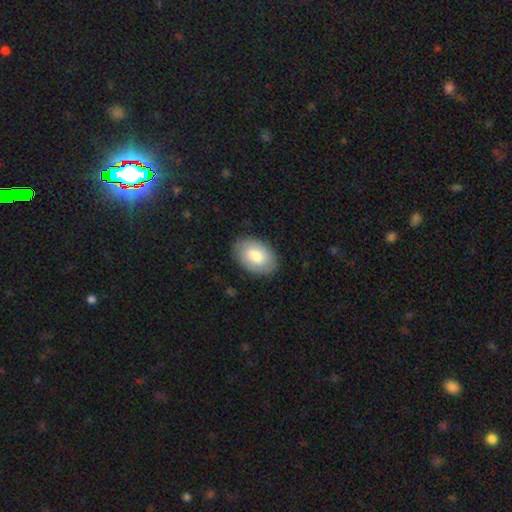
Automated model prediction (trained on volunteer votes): Smooth or featured? smooth (80%)
How rounded? in between (89%)
Merging? none (86%)